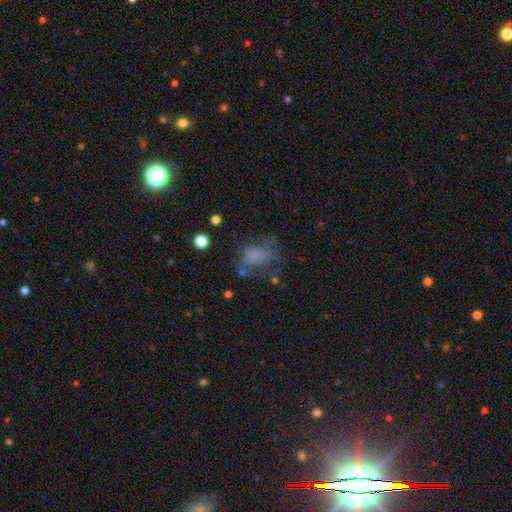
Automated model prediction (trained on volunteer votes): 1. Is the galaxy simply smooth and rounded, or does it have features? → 53% smooth, 29% featured or disk, 18% star or artifact.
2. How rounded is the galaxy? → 74% in between, 24% round, 3% cigar-shaped.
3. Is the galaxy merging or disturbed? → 39% none, 32% major disturbance, 23% minor disturbance, 6% merger.